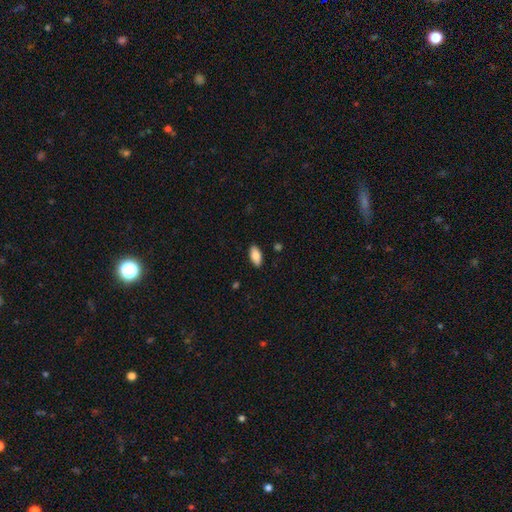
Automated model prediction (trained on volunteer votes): smooth 85%, featured or disk 9%, star or artifact 7%. Down the decision tree: how rounded — in between (91%); merging — none (88%).